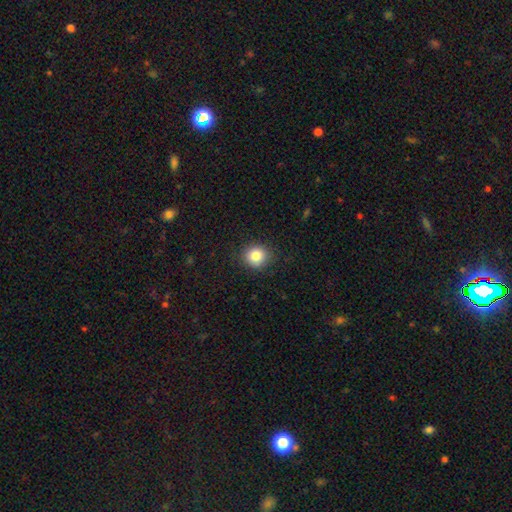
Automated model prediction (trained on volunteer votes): Smooth or featured: smooth — 84% (star or artifact — 10%)
How rounded: round — 87% (in between — 12%)
Merging: none — 89% (minor disturbance — 8%)